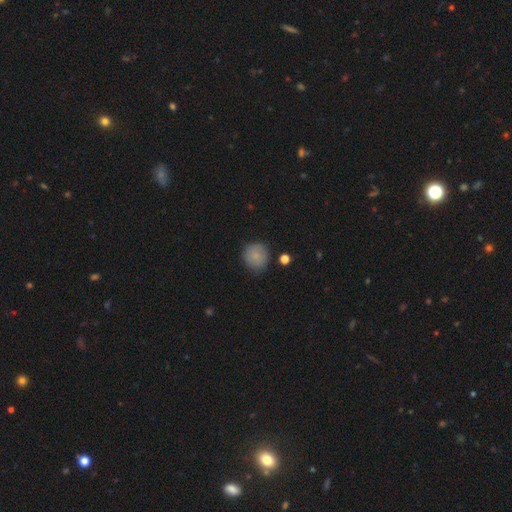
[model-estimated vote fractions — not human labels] Morphology: type=smooth (82%); roundness=round (91%); merging=none (78%).